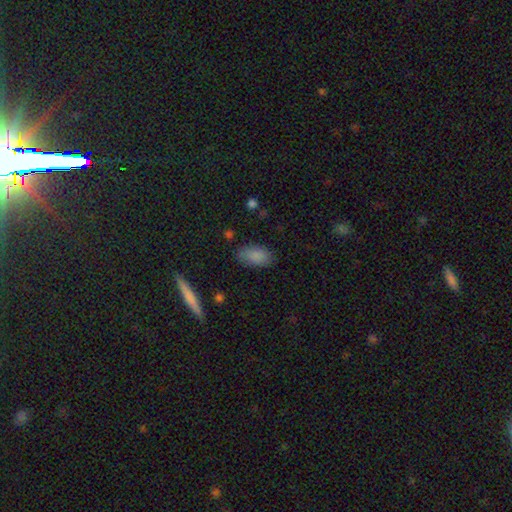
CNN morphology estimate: type=smooth (86%); roundness=in between (93%); merging=none (80%).